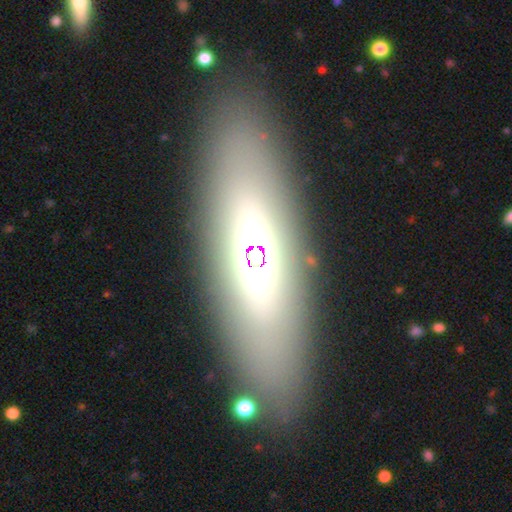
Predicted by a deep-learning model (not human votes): Overall: smooth (48%; featured or disk 39%). Merging: none (85%).